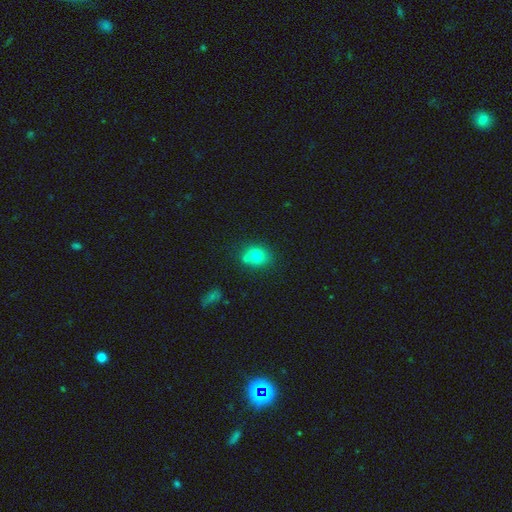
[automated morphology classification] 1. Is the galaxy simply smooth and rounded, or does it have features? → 76% smooth, 12% featured or disk, 12% star or artifact.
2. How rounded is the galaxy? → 64% round, 35% in between, 1% cigar-shaped.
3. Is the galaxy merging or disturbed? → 60% none, 23% merger, 13% minor disturbance, 4% major disturbance.